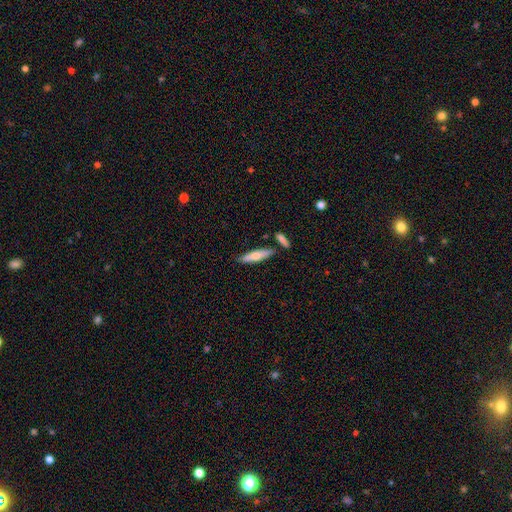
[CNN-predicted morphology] Q: Smooth or featured?
A: smooth (64%); runner-up: featured or disk (30%)
Q: How rounded?
A: cigar-shaped (78%); runner-up: in between (21%)
Q: Merging?
A: none (76%); runner-up: minor disturbance (13%)